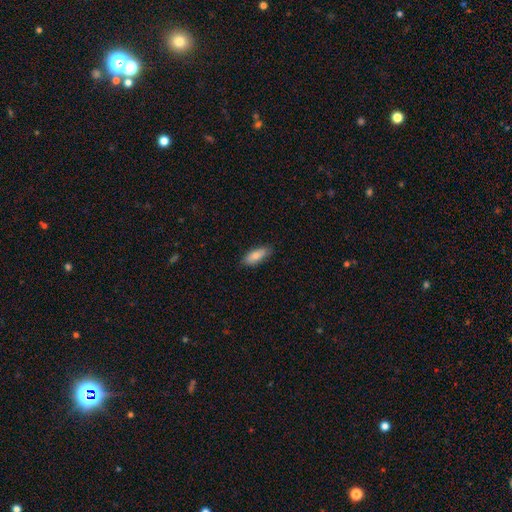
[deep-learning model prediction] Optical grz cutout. It shows a smooth galaxy with no disk features (80%) that is in between round and cigar-shaped (77%). Merging: none (84%).